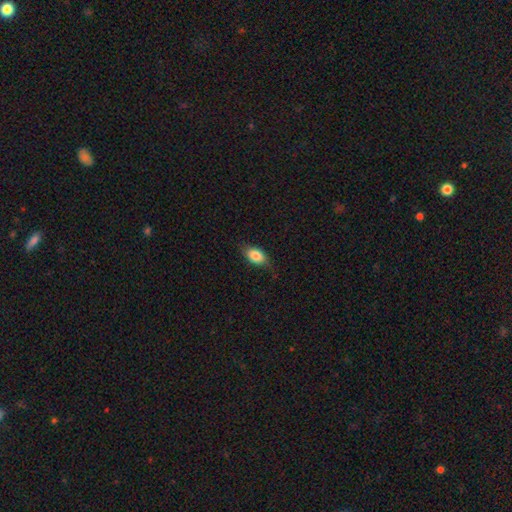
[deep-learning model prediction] Smooth or featured?
  - smooth: 80% *
  - featured or disk: 13%
  - star or artifact: 7%
How rounded?
  - in between: 85% *
  - round: 10%
  - cigar-shaped: 4%
Merging?
  - none: 72% *
  - minor disturbance: 22%
  - major disturbance: 5%
  - merger: 1%